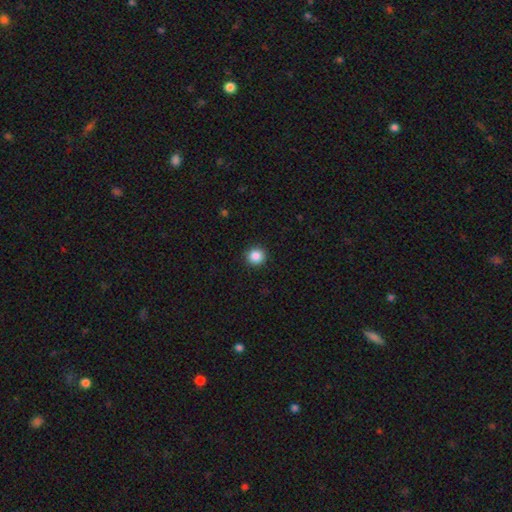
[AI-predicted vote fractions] smooth-or-featured: smooth: 87% | star or artifact: 10% | featured or disk: 3%
  how-rounded: round: 94% | in between: 5% | cigar-shaped: 1%
  merging: none: 92% | minor disturbance: 5% | major disturbance: 2% | merger: 1%